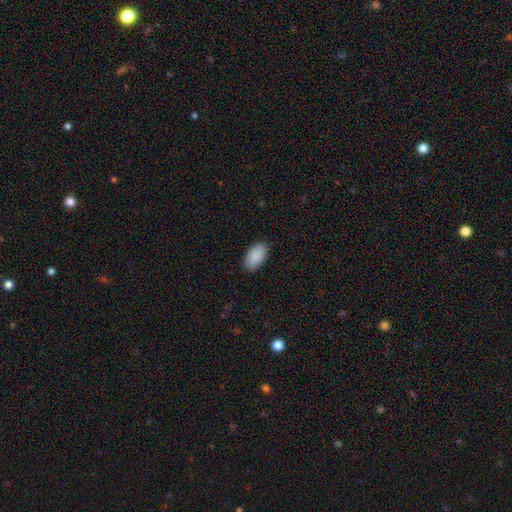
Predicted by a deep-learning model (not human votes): smooth 90%, star or artifact 6%, featured or disk 4%. Down the decision tree: how rounded — in between (96%); merging — none (88%).